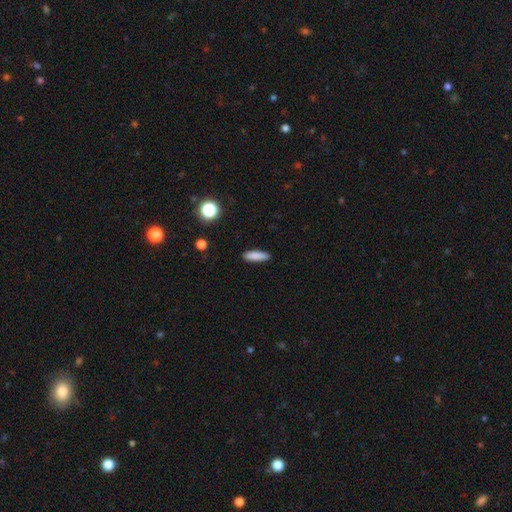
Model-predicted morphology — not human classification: This is clearly a smooth galaxy (85%). How rounded: likely cigar-shaped (62%). Merging: clearly none (88%).